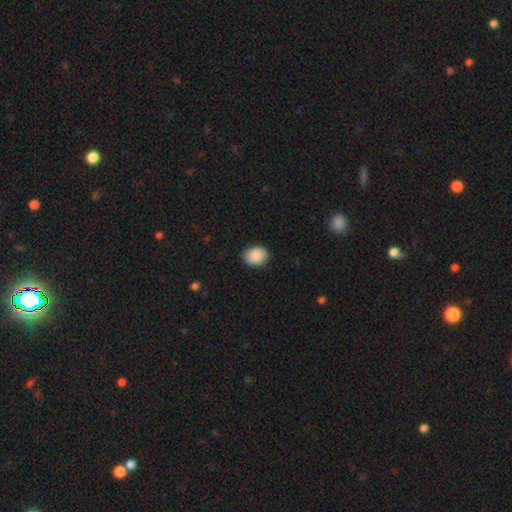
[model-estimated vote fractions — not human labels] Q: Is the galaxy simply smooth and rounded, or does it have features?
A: smooth — 90%.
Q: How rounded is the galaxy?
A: in between — 54%.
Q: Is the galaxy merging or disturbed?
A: none — 87%.